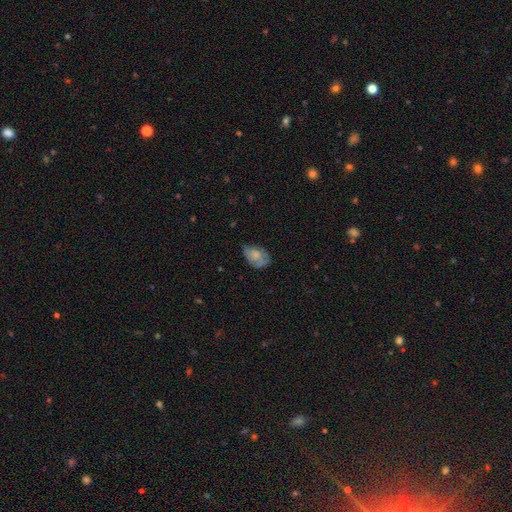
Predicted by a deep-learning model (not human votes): smooth-or-featured: smooth: 67% | featured or disk: 25% | star or artifact: 8%
  how-rounded: in between: 86% | round: 12% | cigar-shaped: 2%
  merging: none: 44% | minor disturbance: 40% | major disturbance: 13% | merger: 2%